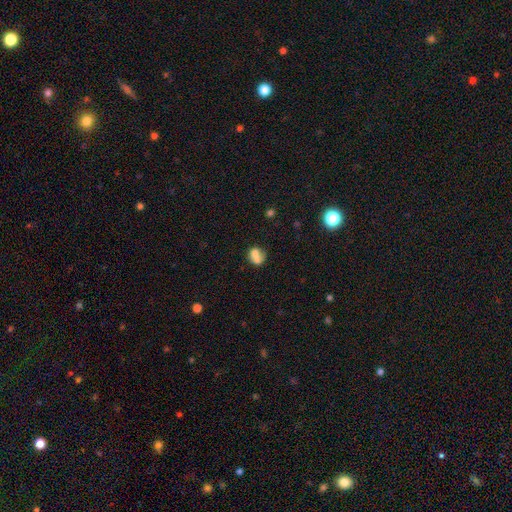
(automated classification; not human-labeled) Smooth or featured? Predicted: smooth (p=0.69). How rounded? Predicted: round (p=0.57). Merging? Predicted: merger (p=0.52).